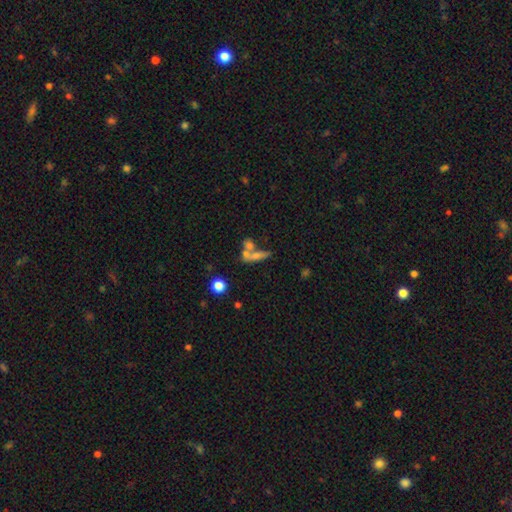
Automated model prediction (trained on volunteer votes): smooth_or_featured: smooth (p=0.53) [alt: featured or disk p=0.33]
how_rounded: cigar-shaped (p=0.49) [alt: in between p=0.38]
merging: merger (p=0.48) [alt: none p=0.34]